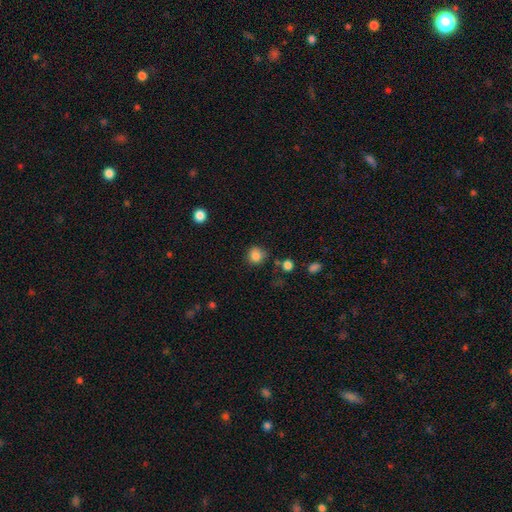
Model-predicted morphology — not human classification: A smooth galaxy with no disk features (84%) that is round (88%).

Vote fractions:
- Smooth or featured? smooth: 84% / star or artifact: 11% / featured or disk: 5%
- How rounded? round: 88% / in between: 11% / cigar-shaped: 1%
- Merging? none: 79% / minor disturbance: 13% / merger: 4% / major disturbance: 4%